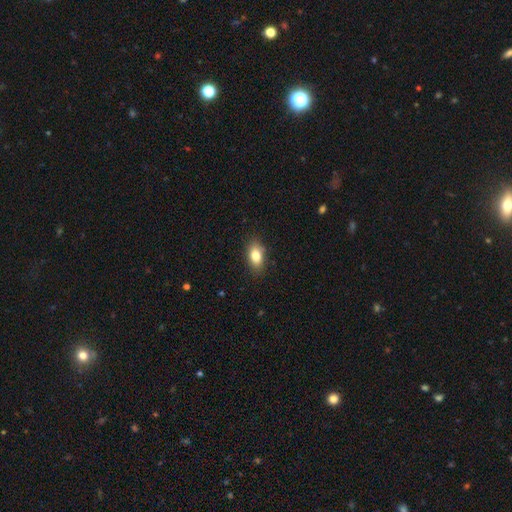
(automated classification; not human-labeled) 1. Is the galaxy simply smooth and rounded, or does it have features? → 81% smooth, 11% featured or disk, 8% star or artifact.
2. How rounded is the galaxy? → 87% in between, 8% round, 4% cigar-shaped.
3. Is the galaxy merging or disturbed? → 85% none, 11% minor disturbance, 3% major disturbance, 1% merger.